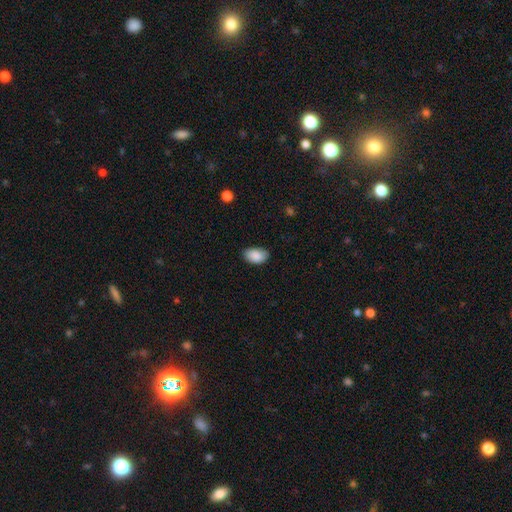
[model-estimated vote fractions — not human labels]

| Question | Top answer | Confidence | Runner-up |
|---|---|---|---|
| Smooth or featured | smooth | 88% | star or artifact (7%) |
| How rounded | in between | 92% | round (7%) |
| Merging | none | 77% | minor disturbance (19%) |